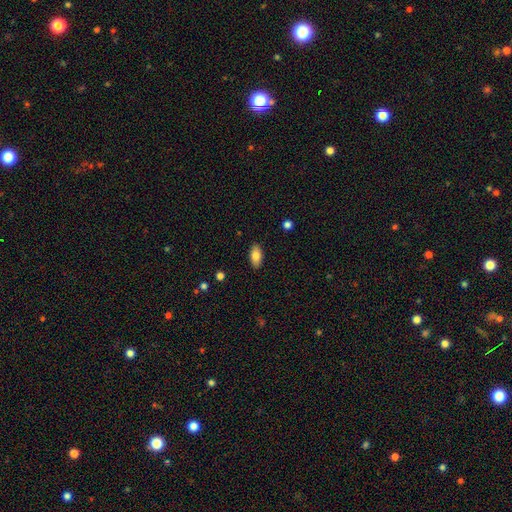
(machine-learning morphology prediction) The model was most divided on "smooth or featured": smooth: 82%, featured or disk: 10%, star or artifact: 7%. More confident: how rounded — in between (90%); merging — none (88%).